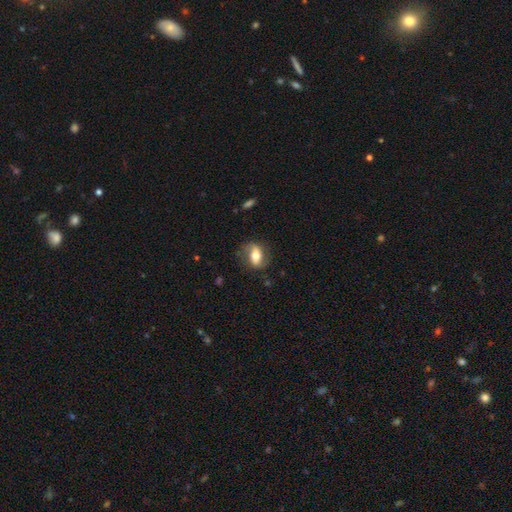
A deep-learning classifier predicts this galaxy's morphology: Smooth or featured?
  - smooth: 48% *
  - featured or disk: 45%
  - star or artifact: 7%
Merging?
  - none: 73% *
  - minor disturbance: 18%
  - major disturbance: 8%
  - merger: 1%